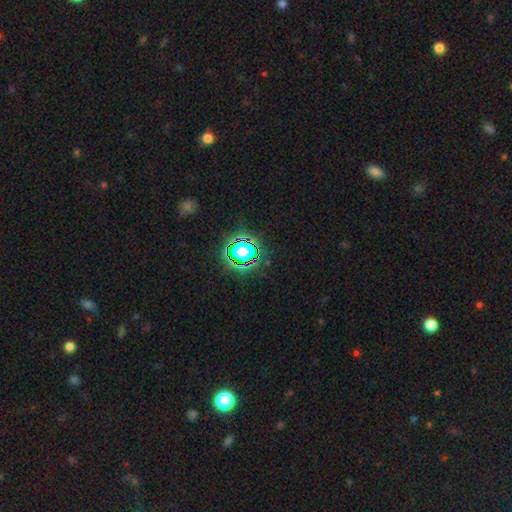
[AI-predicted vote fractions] Q: Smooth or featured?
A: star or artifact (78%); runner-up: smooth (15%)